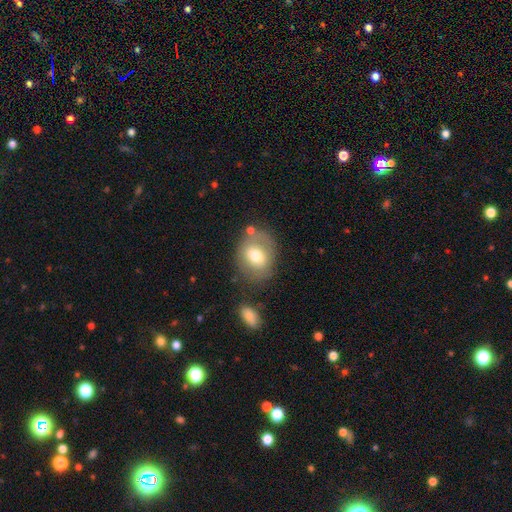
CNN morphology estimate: smooth 63%, featured or disk 28%, star or artifact 8%. Down the decision tree: how rounded — round (54%); merging — none (64%).